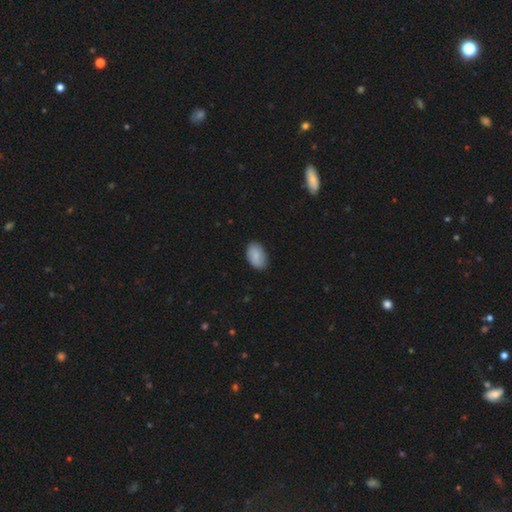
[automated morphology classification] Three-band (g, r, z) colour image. It shows a smooth galaxy with no disk features (85%) that is in between round and cigar-shaped (92%). Merging: none (85%).